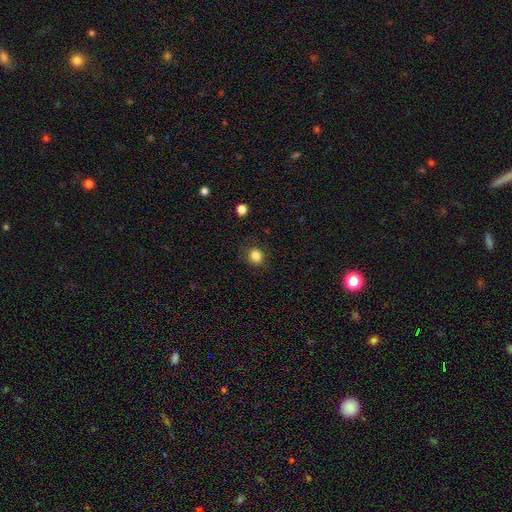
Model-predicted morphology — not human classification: The model was most divided on "how rounded": round: 79%, in between: 20%, cigar-shaped: 1%. More confident: merging — none (87%); smooth or featured — smooth (84%).